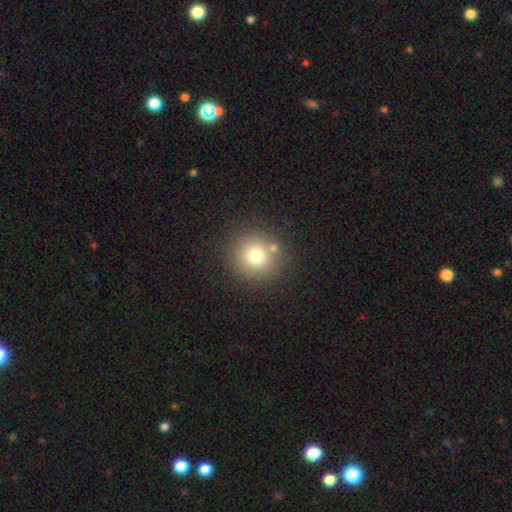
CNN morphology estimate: smooth_or_featured: smooth (p=0.74) [alt: star or artifact p=0.14]
how_rounded: round (p=0.94) [alt: in between p=0.05]
merging: none (p=0.81) [alt: minor disturbance p=0.08]